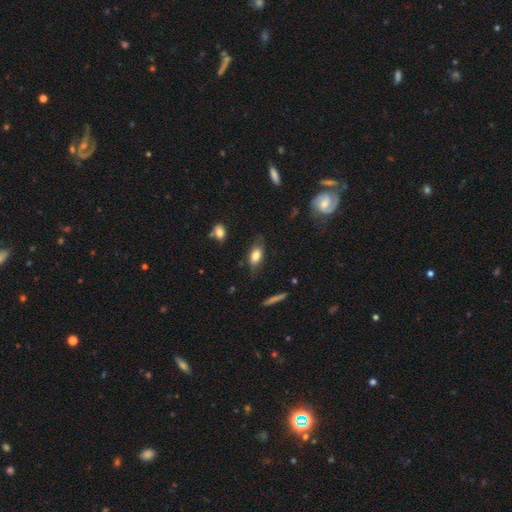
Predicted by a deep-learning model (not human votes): smooth 78%, featured or disk 14%, star or artifact 8%. Down the decision tree: how rounded — in between (87%); merging — none (70%).